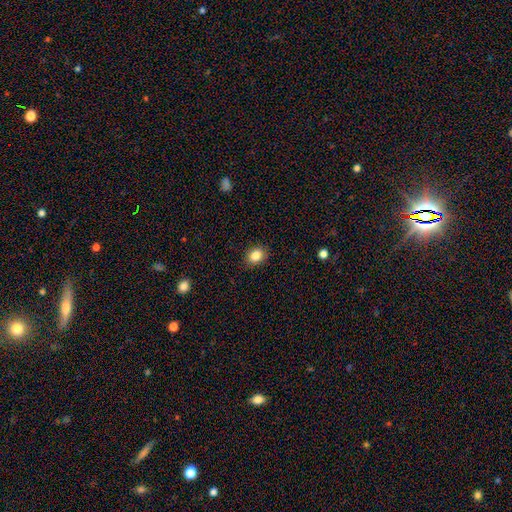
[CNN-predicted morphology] smooth_or_featured: smooth (p=0.85) [alt: star or artifact p=0.10]
how_rounded: in between (p=0.50) [alt: round p=0.49]
merging: none (p=0.88) [alt: minor disturbance p=0.09]